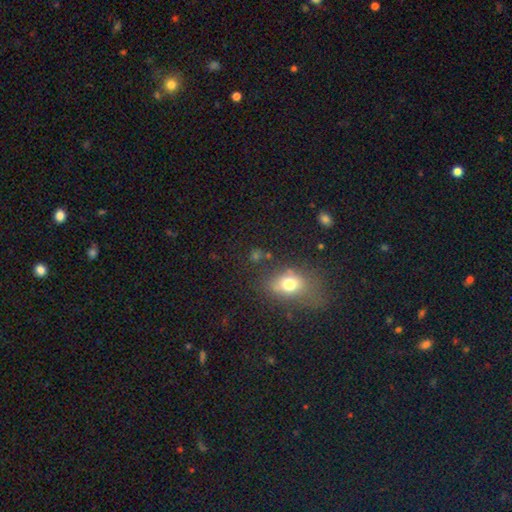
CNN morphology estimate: Smooth or featured: smooth — 64% (star or artifact — 22%)
How rounded: in between — 54% (round — 42%)
Merging: none — 57% (minor disturbance — 21%)